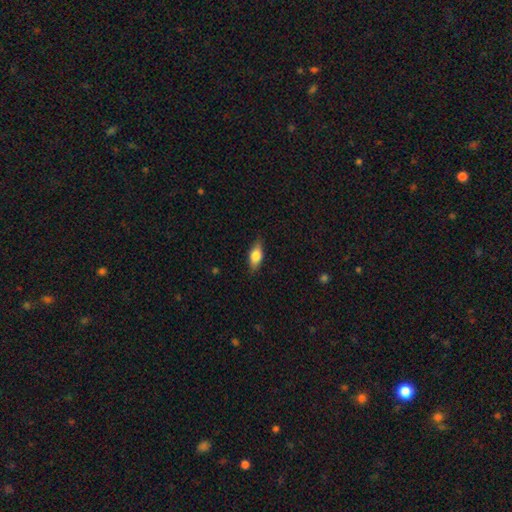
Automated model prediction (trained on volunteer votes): The model was most divided on "smooth or featured": smooth: 74%, featured or disk: 20%, star or artifact: 7%. More confident: merging — none (83%); how rounded — in between (82%).